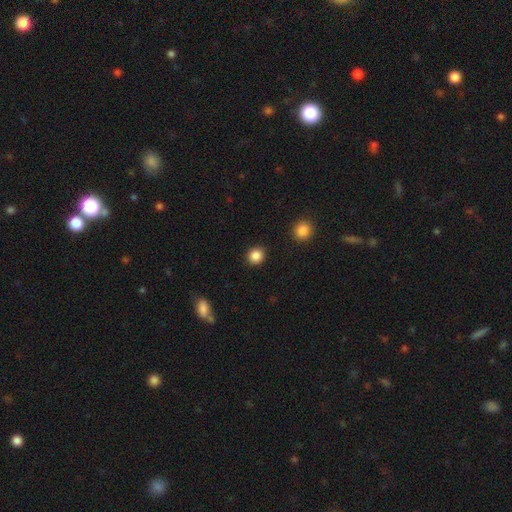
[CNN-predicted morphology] Smooth or featured? smooth (87%)
How rounded? round (88%)
Merging? none (91%)